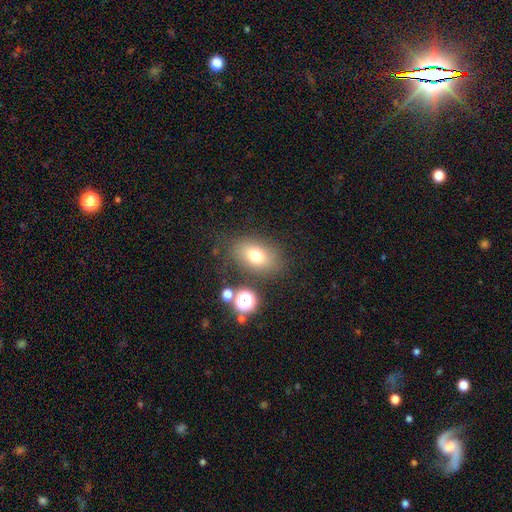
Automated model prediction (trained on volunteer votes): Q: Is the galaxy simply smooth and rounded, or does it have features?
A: smooth — 73%.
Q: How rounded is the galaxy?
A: in between — 80%.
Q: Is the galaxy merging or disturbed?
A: none — 77%.